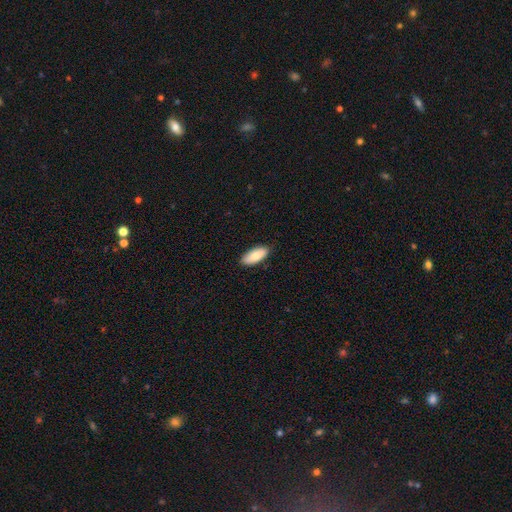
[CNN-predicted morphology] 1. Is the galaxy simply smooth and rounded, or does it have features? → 84% smooth, 10% featured or disk, 6% star or artifact.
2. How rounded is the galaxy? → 87% in between, 11% cigar-shaped, 2% round.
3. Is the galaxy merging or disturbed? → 87% none, 10% minor disturbance, 2% major disturbance, 1% merger.